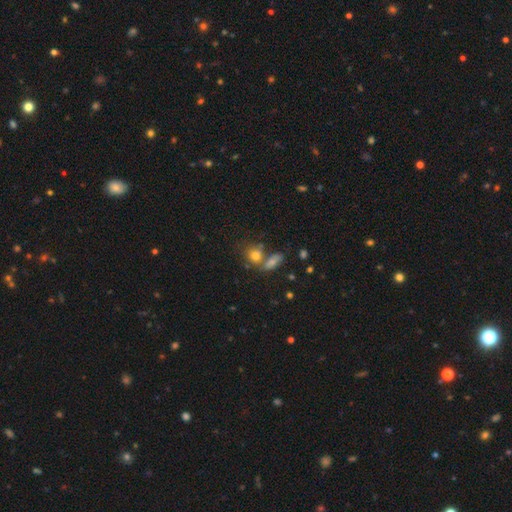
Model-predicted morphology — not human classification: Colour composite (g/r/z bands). It shows a smooth galaxy with no disk features (78%) that is round (58%). Merging: none (49%).